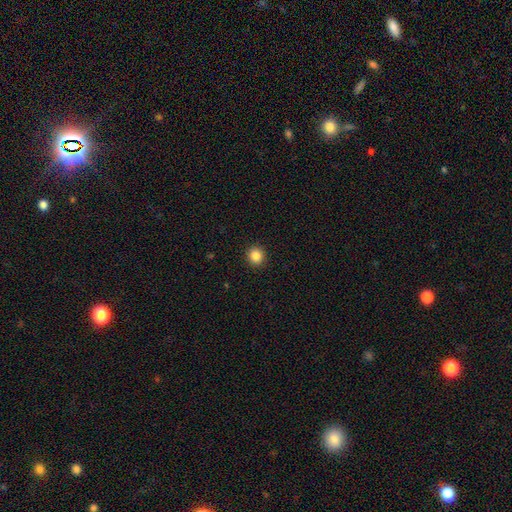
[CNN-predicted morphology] smooth-or-featured: smooth: 86% | star or artifact: 10% | featured or disk: 4%
  how-rounded: round: 92% | in between: 7% | cigar-shaped: 1%
  merging: none: 93% | minor disturbance: 5% | major disturbance: 2% | merger: 1%